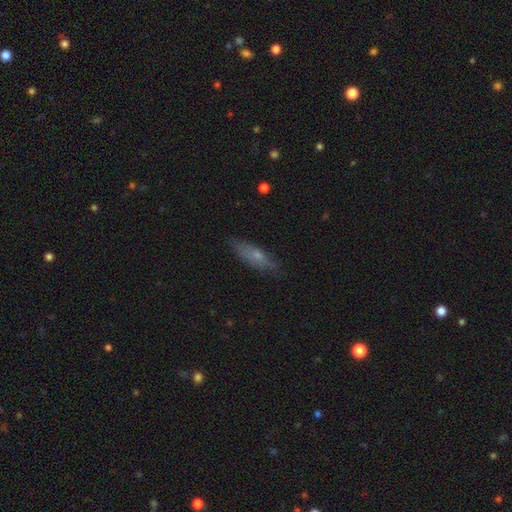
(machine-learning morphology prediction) The model was most divided on "how rounded": cigar-shaped: 55%, in between: 42%, round: 2%. More confident: merging — none (78%); smooth or featured — smooth (62%).